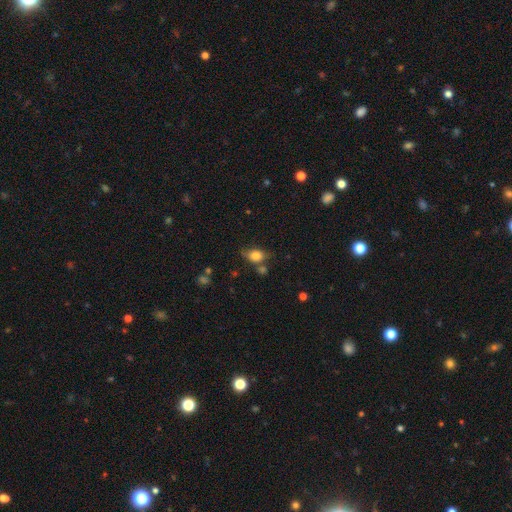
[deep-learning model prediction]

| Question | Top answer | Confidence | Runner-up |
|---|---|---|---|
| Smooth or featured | smooth | 81% | featured or disk (10%) |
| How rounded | in between | 78% | round (19%) |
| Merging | none | 59% | minor disturbance (22%) |